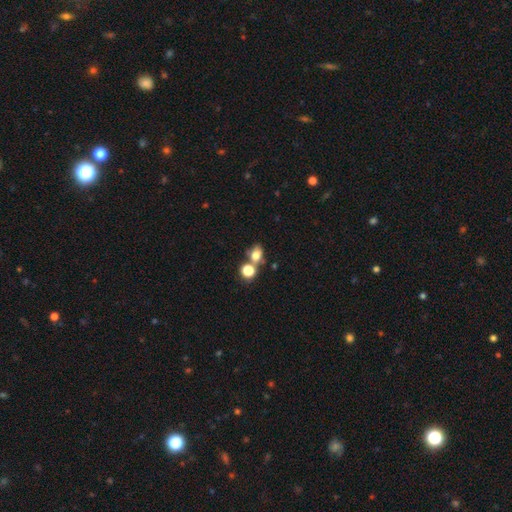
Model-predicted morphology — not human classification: Smooth or featured?
  - smooth: 72% *
  - star or artifact: 15%
  - featured or disk: 13%
How rounded?
  - in between: 54% *
  - round: 44%
  - cigar-shaped: 2%
Merging?
  - none: 46% *
  - merger: 38%
  - minor disturbance: 11%
  - major disturbance: 5%